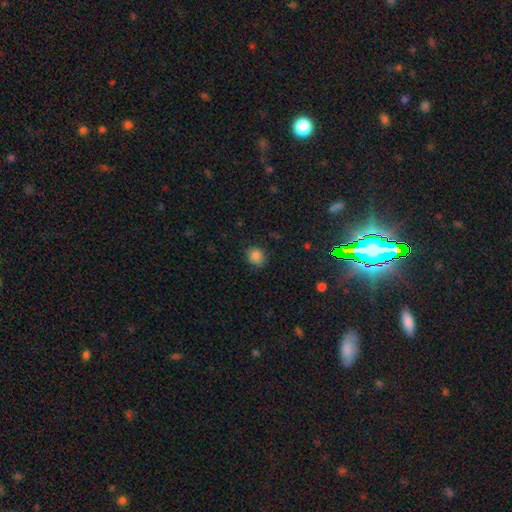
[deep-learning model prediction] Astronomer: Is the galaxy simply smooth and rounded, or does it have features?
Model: smooth — 85%.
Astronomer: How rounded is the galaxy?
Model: round — 81%.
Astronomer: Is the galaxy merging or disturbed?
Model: none — 84%.